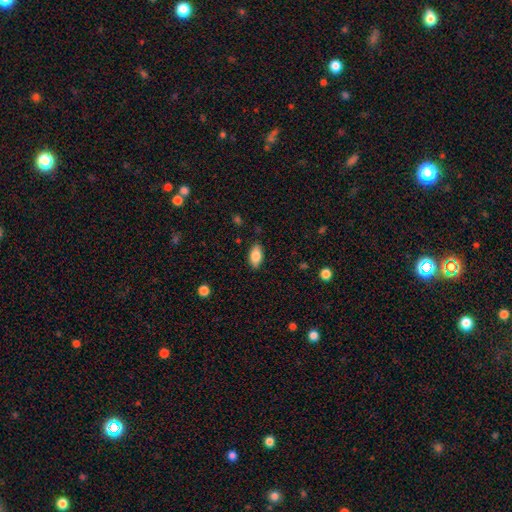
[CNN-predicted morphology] type=smooth (85%); roundness=in between (92%); merging=none (86%).